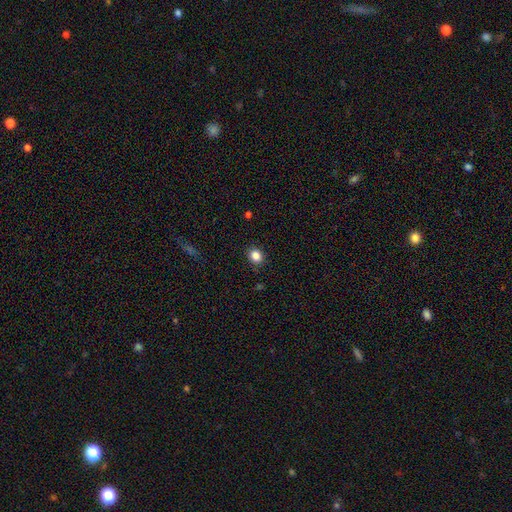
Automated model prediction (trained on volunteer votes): smooth_or_featured: smooth (p=0.85) [alt: star or artifact p=0.11]
how_rounded: round (p=0.69) [alt: in between p=0.30]
merging: none (p=0.89) [alt: minor disturbance p=0.08]